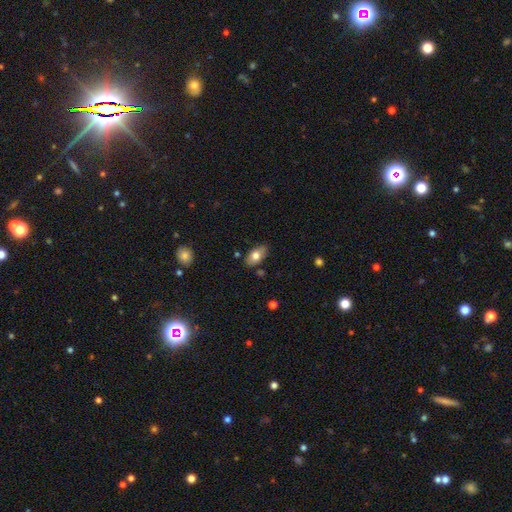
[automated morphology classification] This is likely a smooth galaxy (76%). How rounded: clearly in between (91%). Merging: clearly none (81%).